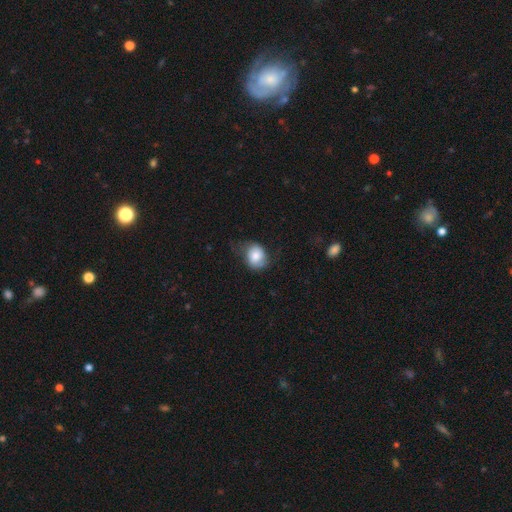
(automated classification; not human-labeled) The model was most divided on "how rounded": round: 53%, in between: 46%, cigar-shaped: 1%. More confident: smooth or featured — smooth (74%); merging — none (51%).